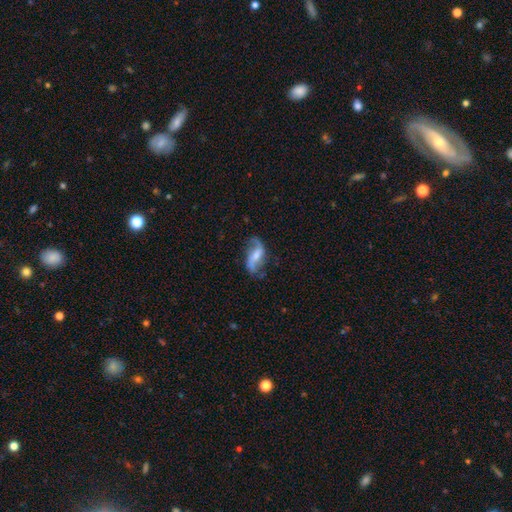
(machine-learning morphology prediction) Overall: featured or disk (78%). Edge-on disk: no (95%). Bar: weak (44%; strong 32%). Spiral arms: yes (92%). Spiral arm count: 2 (90%). Spiral winding: loose (80%). Bulge size: moderate (42%, tied with small). Merging: none (68%).